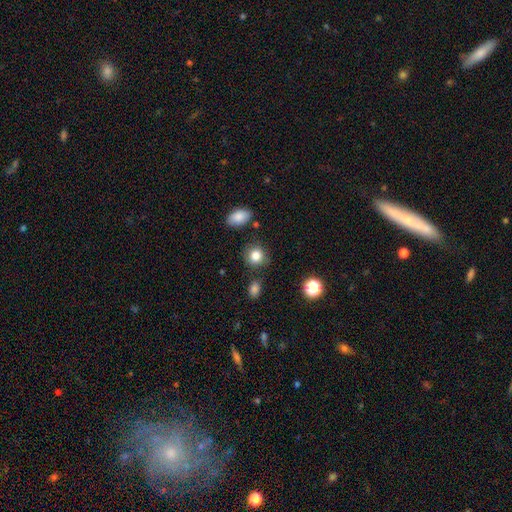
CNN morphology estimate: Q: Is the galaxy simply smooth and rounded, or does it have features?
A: smooth — 83%.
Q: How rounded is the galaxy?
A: round — 82%.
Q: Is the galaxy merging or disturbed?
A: none — 81%.